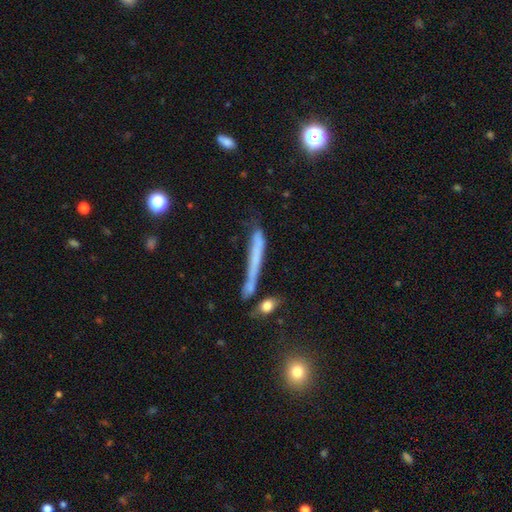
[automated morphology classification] Overall: smooth (53%; featured or disk 37%). How rounded: cigar-shaped (94%). Merging: none (53%; minor disturbance 23%).